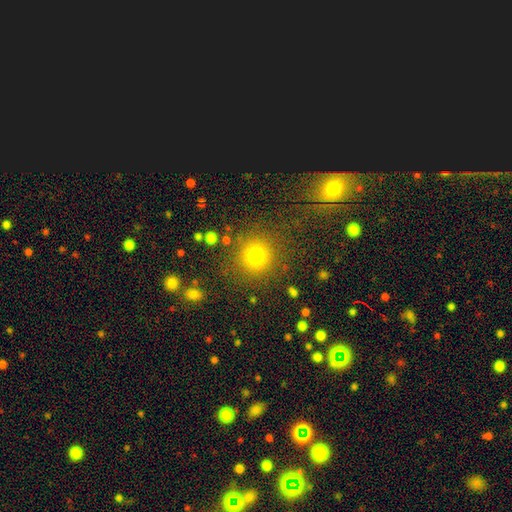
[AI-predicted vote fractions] A smooth galaxy with no disk features (76%) that is round (93%).

Vote fractions:
- Smooth or featured? smooth: 76% / star or artifact: 17% / featured or disk: 7%
- How rounded? round: 93% / in between: 6% / cigar-shaped: 1%
- Merging? none: 84% / minor disturbance: 8% / major disturbance: 5% / merger: 4%